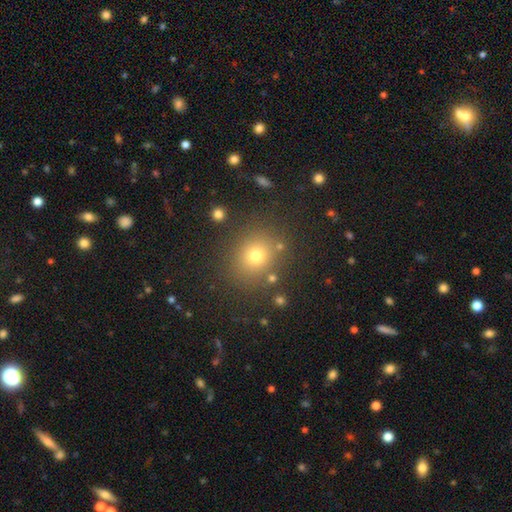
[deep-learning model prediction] smooth 72%, star or artifact 20%, featured or disk 9%. Down the decision tree: how rounded — round (78%); merging — none (85%).